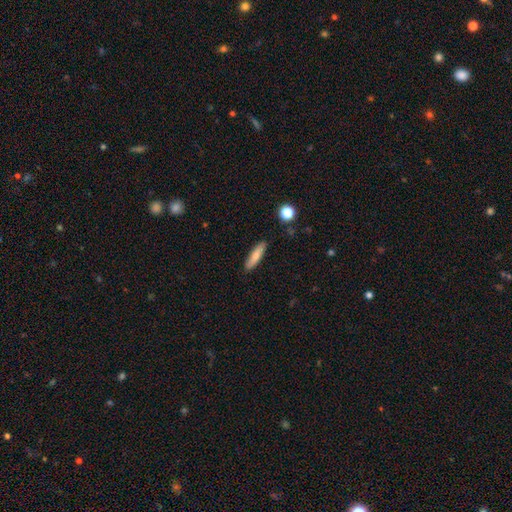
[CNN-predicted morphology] type=smooth (74%); roundness=cigar-shaped (73%); merging=none (88%).